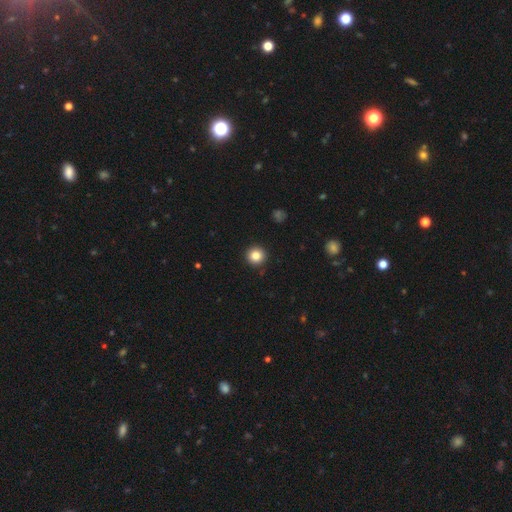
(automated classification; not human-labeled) smooth-or-featured: smooth: 84% | star or artifact: 11% | featured or disk: 5%
  how-rounded: round: 96% | in between: 3% | cigar-shaped: 1%
  merging: none: 92% | minor disturbance: 5% | major disturbance: 2% | merger: 1%